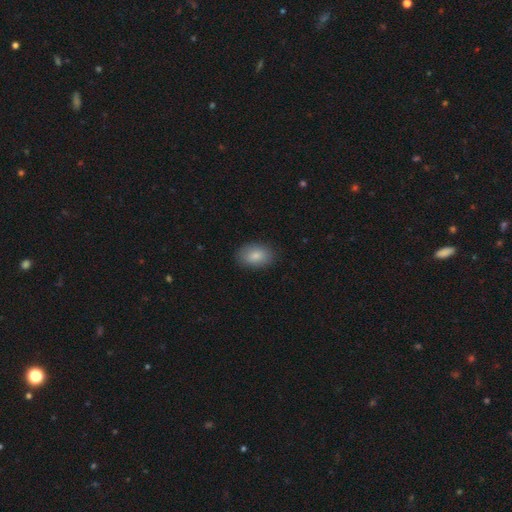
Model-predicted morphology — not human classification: This is clearly a smooth galaxy (85%). How rounded: clearly in between (87%). Merging: clearly none (87%).